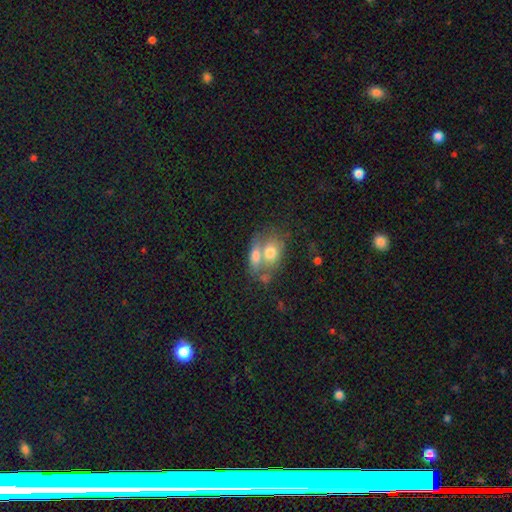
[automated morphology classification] type=smooth (69%); roundness=in between (71%); merging=merger (63%).